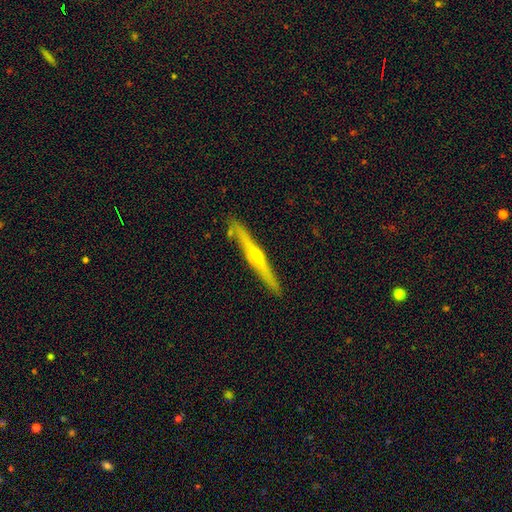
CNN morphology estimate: smooth_or_featured: featured or disk (p=0.73) [alt: smooth p=0.21]
disk_edge_on: yes (p=0.97) [alt: no p=0.03]
edge_on_bulge: rounded (p=0.85) [alt: none p=0.12]
merging: none (p=0.88) [alt: minor disturbance p=0.08]